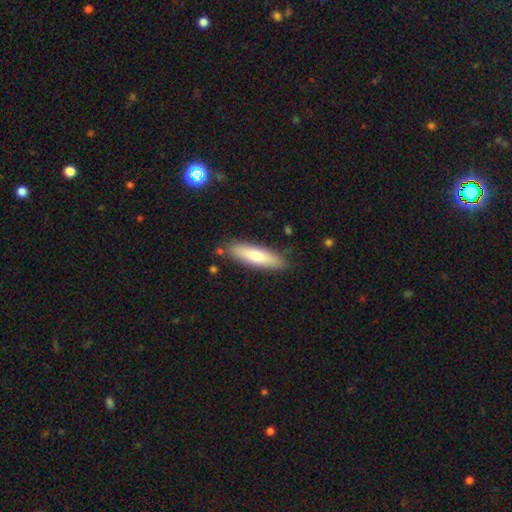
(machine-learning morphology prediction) smooth-or-featured: smooth: 66% | featured or disk: 27% | star or artifact: 7%
  how-rounded: cigar-shaped: 70% | in between: 29% | round: 2%
  merging: none: 85% | minor disturbance: 11% | merger: 3% | major disturbance: 2%